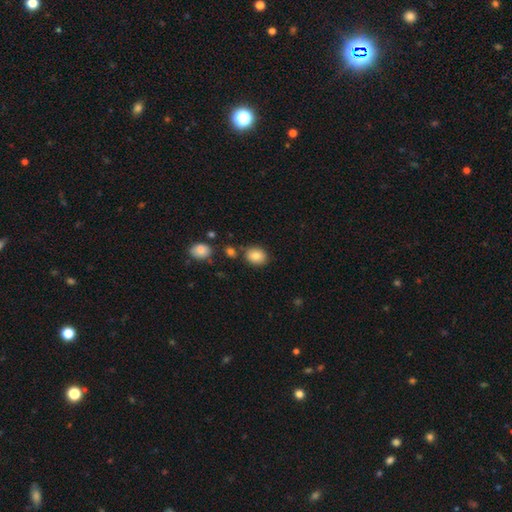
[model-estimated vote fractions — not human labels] smooth-or-featured: smooth: 83% | star or artifact: 9% | featured or disk: 8%
  how-rounded: in between: 51% | round: 48% | cigar-shaped: 1%
  merging: none: 79% | minor disturbance: 12% | merger: 7% | major disturbance: 3%